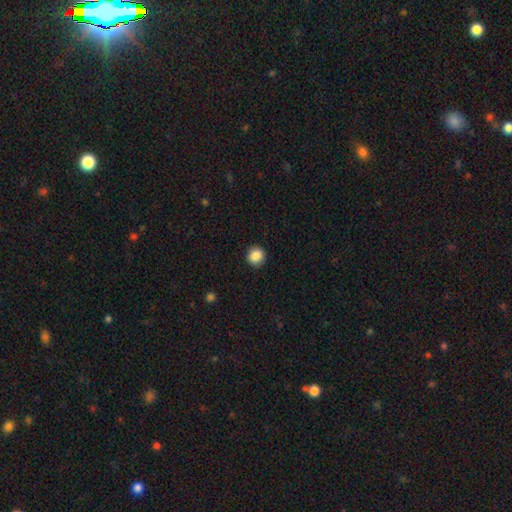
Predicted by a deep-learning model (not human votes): This appears to be a smooth galaxy with no disk features (87%) that is round (90%). Merging: none (91%).